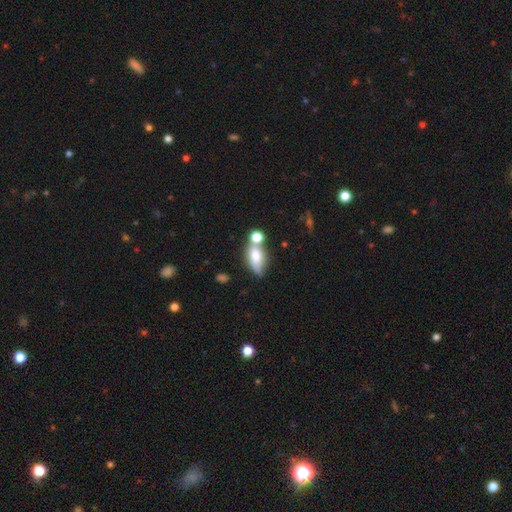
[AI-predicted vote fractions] The model was most divided on "merging": none: 39%, merger: 35%, minor disturbance: 17%, major disturbance: 9%. More confident: how rounded — in between (79%); smooth or featured — smooth (68%).